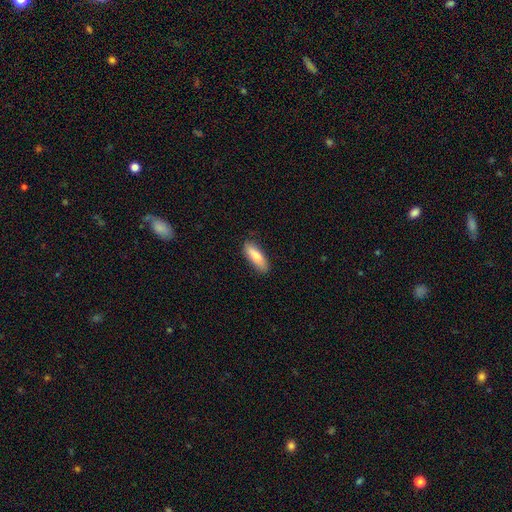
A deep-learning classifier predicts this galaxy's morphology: smooth 78%, featured or disk 16%, star or artifact 6%. Down the decision tree: how rounded — in between (58%); merging — none (85%).